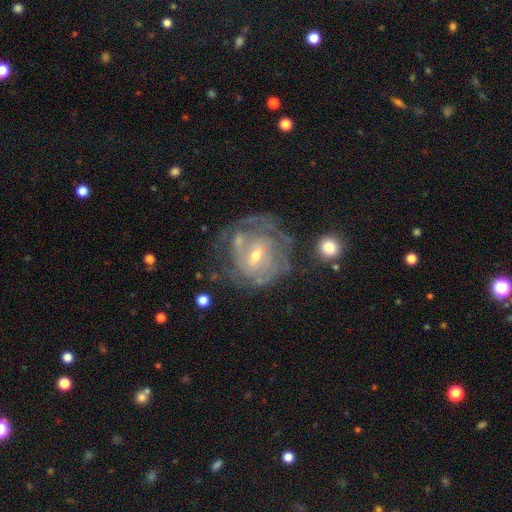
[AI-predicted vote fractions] A featured or disk galaxy (81%) with a weak bar (49%), tight (68%) spiral arms (85%) and a small central bulge (59%). Merging: none (55%).